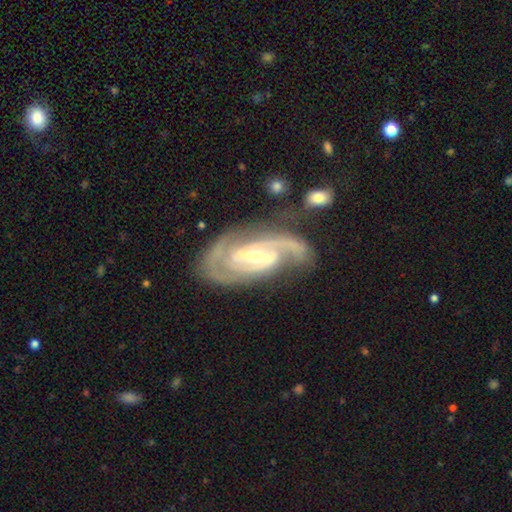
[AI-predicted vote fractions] Smooth or featured?
  - featured or disk: 91% *
  - star or artifact: 5%
  - smooth: 4%
Edge-on disk?
  - no: 96% *
  - yes: 4%
Bar?
  - weak: 40% *
  - strong: 33%
  - no: 27%
Spiral arms?
  - yes: 97% *
  - no: 3%
Spiral winding?
  - tight: 49% *
  - medium: 41%
  - loose: 10%
Spiral arm count?
  - 2: 64% *
  - 3: 15%
  - can't tell: 11%
  - 1: 4%
  - 4: 3%
  - more than 4: 3%
Bulge size?
  - small: 55% *
  - moderate: 42%
  - large: 2%
  - none: 1%
  - dominant: 1%
Merging?
  - none: 63% *
  - minor disturbance: 20%
  - major disturbance: 12%
  - merger: 5%